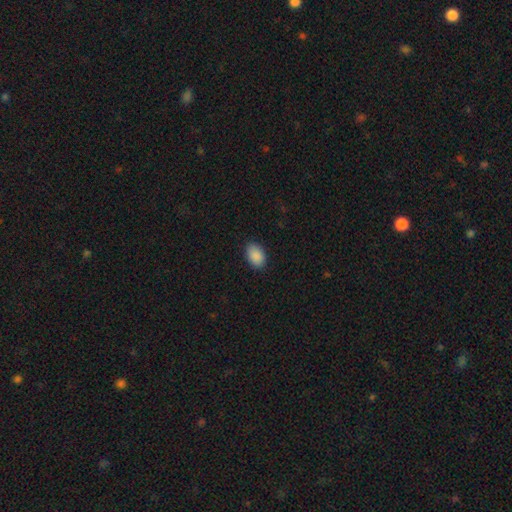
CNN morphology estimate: Smooth or featured: smooth — 90% (star or artifact — 7%)
How rounded: in between — 88% (round — 11%)
Merging: none — 87% (minor disturbance — 10%)